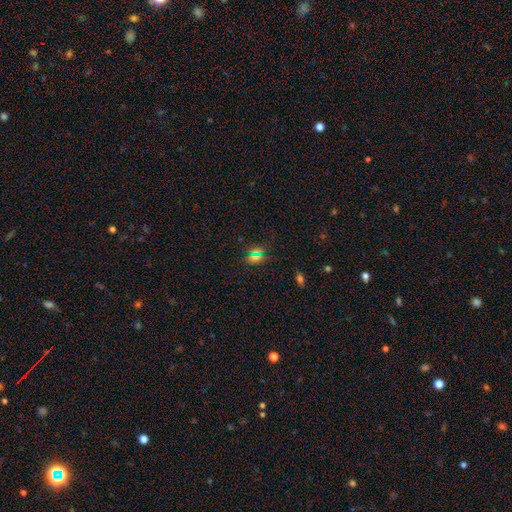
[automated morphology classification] Overall: smooth (50%; star or artifact 40%). How rounded: in between (50%; round 39%). Merging: none (78%).